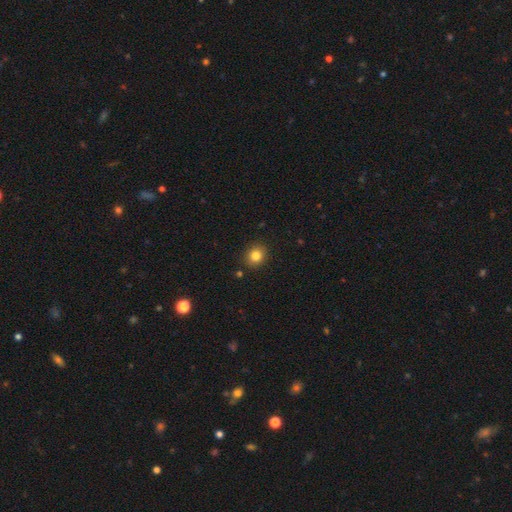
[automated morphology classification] A smooth galaxy with no disk features (83%) that is round (75%). Merging: none (88%).